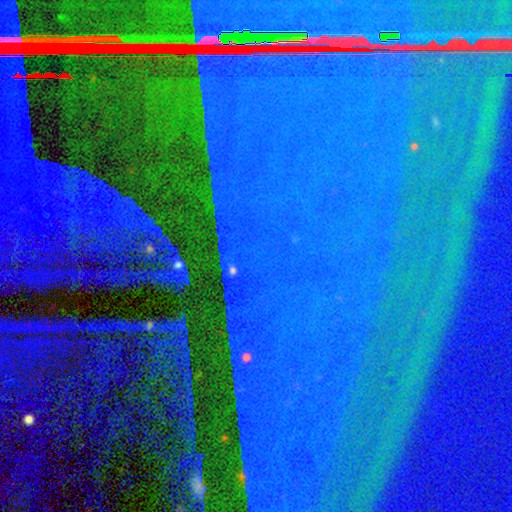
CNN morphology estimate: star or artifact 91%, featured or disk 5%, smooth 4%.